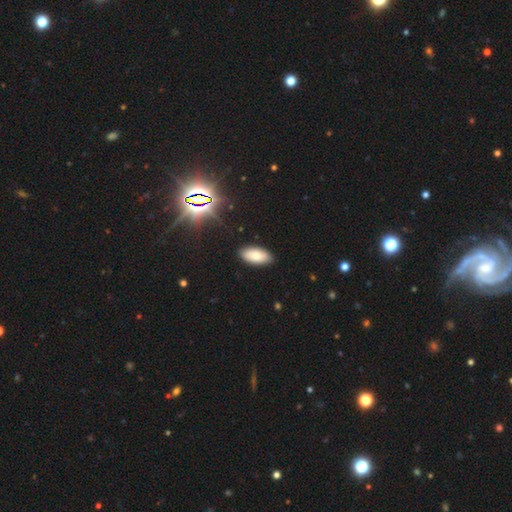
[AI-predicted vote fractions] smooth 80%, featured or disk 10%, star or artifact 10%. Down the decision tree: how rounded — in between (94%); merging — none (88%).